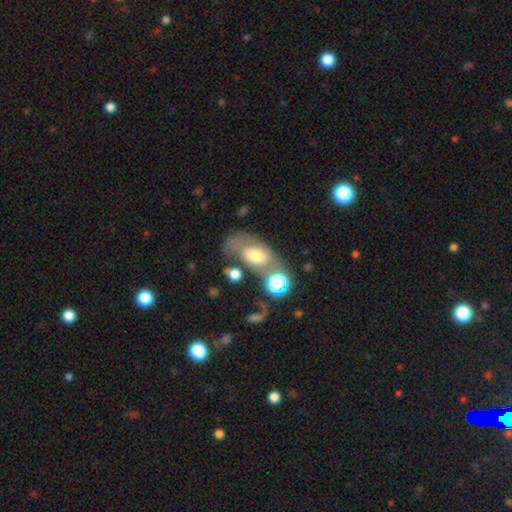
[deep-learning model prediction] Smooth or featured? Predicted: smooth (p=0.50). Merging? Predicted: none (p=0.35).